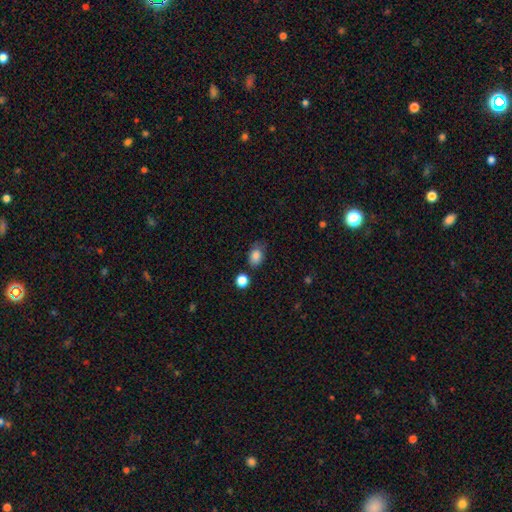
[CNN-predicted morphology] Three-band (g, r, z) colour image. It shows a smooth galaxy with no disk features (84%) that is in between round and cigar-shaped (76%). Merging: none (66%).